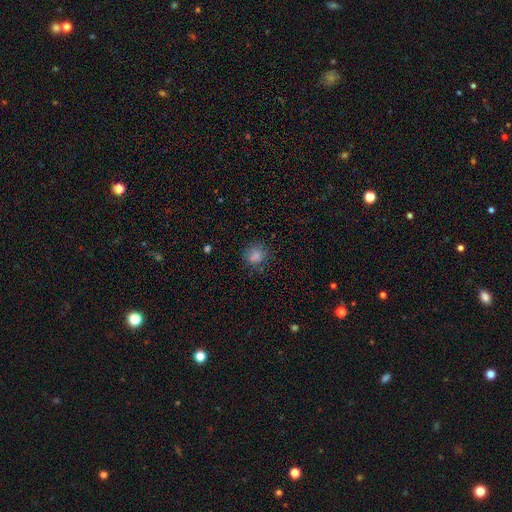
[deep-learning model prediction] Overall: smooth (79%). How rounded: round (80%). Merging: none (76%).